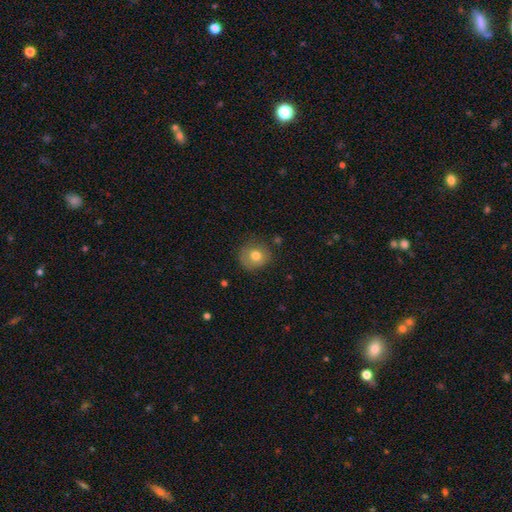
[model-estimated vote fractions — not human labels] Smooth or featured?
  - smooth: 74% *
  - featured or disk: 16%
  - star or artifact: 9%
How rounded?
  - round: 82% *
  - in between: 17%
  - cigar-shaped: 1%
Merging?
  - none: 73% *
  - minor disturbance: 19%
  - major disturbance: 6%
  - merger: 2%